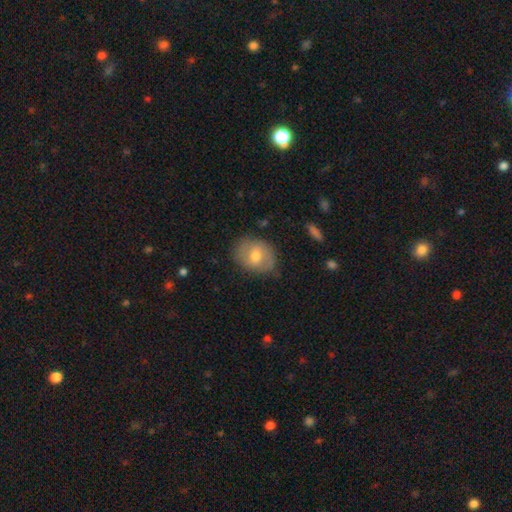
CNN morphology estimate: Smooth or featured: smooth — 58% (featured or disk — 35%)
How rounded: in between — 55% (round — 44%)
Merging: none — 75% (minor disturbance — 19%)